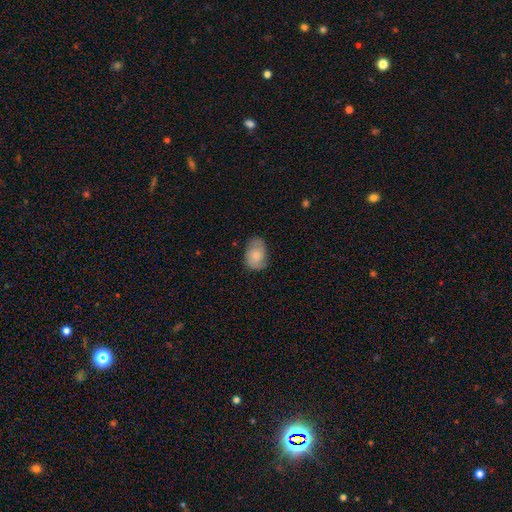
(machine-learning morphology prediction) Q: Smooth or featured?
A: smooth (53%); runner-up: featured or disk (40%)
Q: How rounded?
A: in between (78%); runner-up: round (21%)
Q: Merging?
A: none (68%); runner-up: minor disturbance (24%)